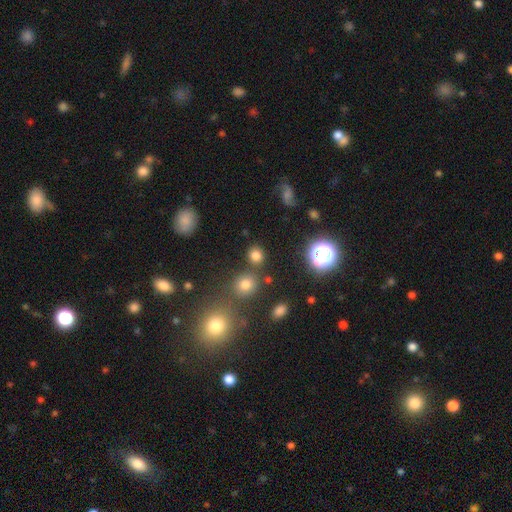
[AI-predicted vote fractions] Smooth or featured: smooth — 74% (star or artifact — 20%)
How rounded: round — 81% (in between — 17%)
Merging: none — 78% (merger — 9%)